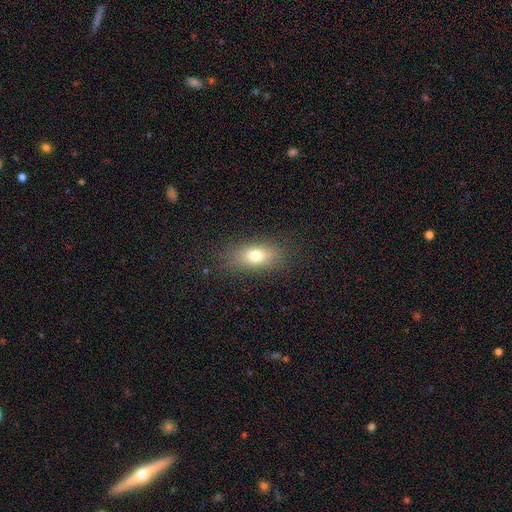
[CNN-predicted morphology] Overall: smooth (74%). How rounded: in between (79%). Merging: none (83%).